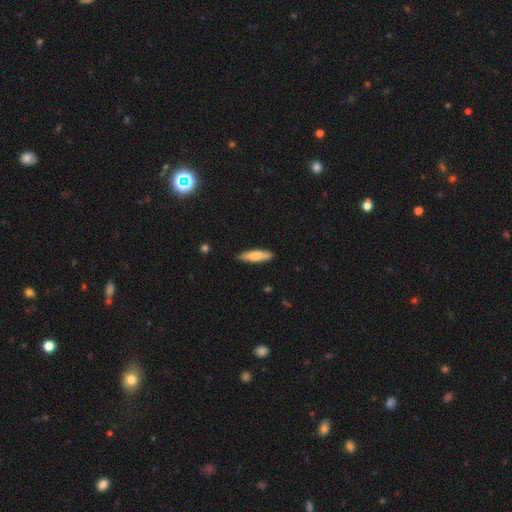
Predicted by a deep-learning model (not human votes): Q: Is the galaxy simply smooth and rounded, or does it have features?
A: smooth — 73%.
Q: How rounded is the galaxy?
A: cigar-shaped — 70%.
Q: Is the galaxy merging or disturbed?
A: none — 86%.